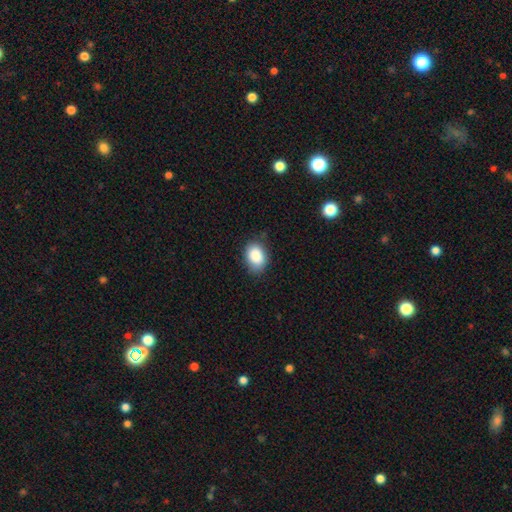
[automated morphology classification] A smooth galaxy with no disk features (88%) that is in between round and cigar-shaped (76%). Merging: none (77%).